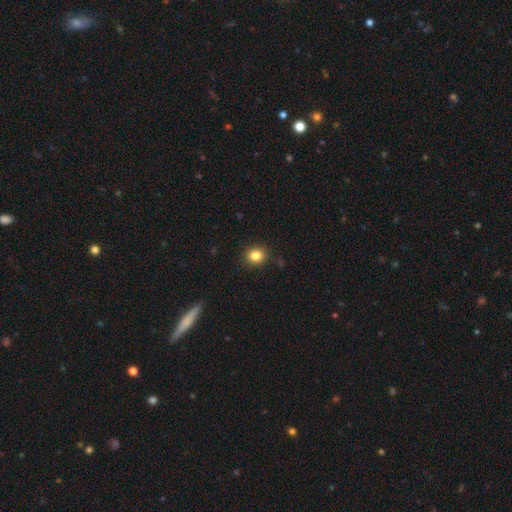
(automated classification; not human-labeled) The model was most divided on "how rounded": round: 72%, in between: 27%, cigar-shaped: 1%. More confident: merging — none (88%); smooth or featured — smooth (84%).